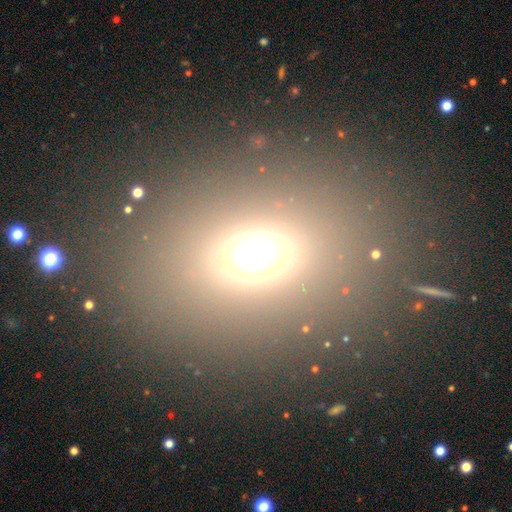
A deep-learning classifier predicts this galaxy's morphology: smooth-or-featured: smooth: 55% | star or artifact: 27% | featured or disk: 18%
  how-rounded: in between: 58% | round: 40% | cigar-shaped: 2%
  merging: none: 84% | minor disturbance: 8% | major disturbance: 6% | merger: 2%